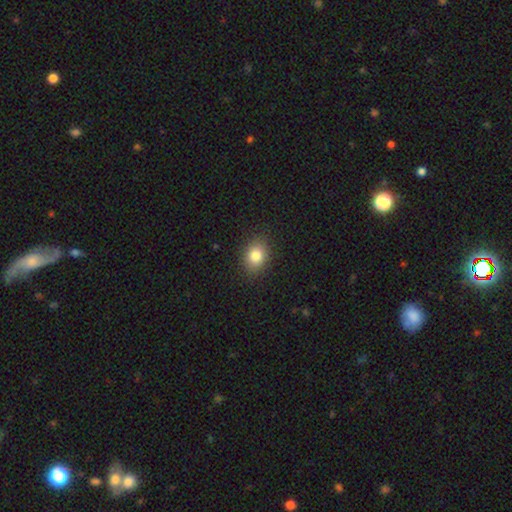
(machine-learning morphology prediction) Smooth or featured? smooth (82%)
How rounded? in between (52%)
Merging? none (88%)